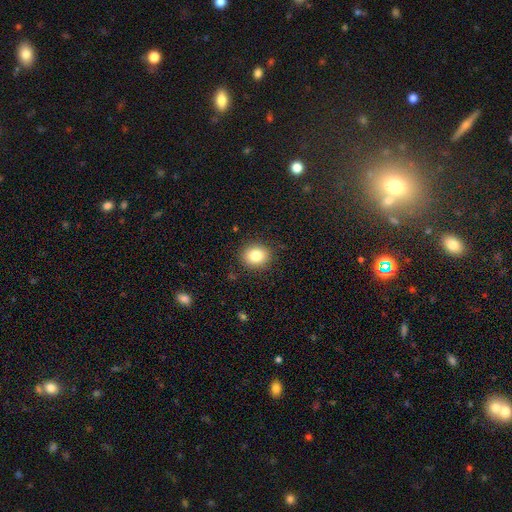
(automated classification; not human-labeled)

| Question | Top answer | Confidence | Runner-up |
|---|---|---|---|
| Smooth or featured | smooth | 82% | star or artifact (10%) |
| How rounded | round | 70% | in between (29%) |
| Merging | none | 88% | minor disturbance (8%) |